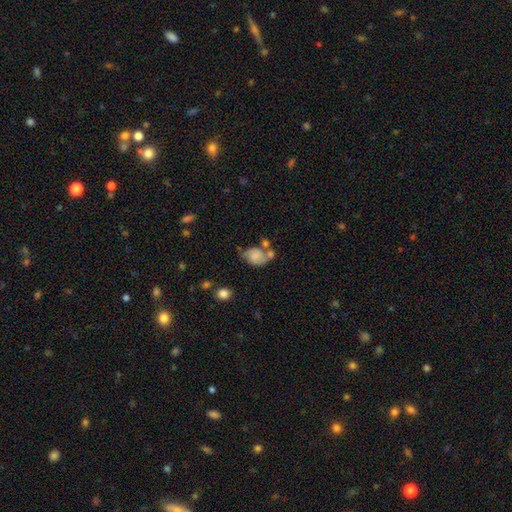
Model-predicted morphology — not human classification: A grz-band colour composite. It shows a smooth galaxy with no disk features (60%) that is in between round and cigar-shaped (69%). Merging: none (34%).